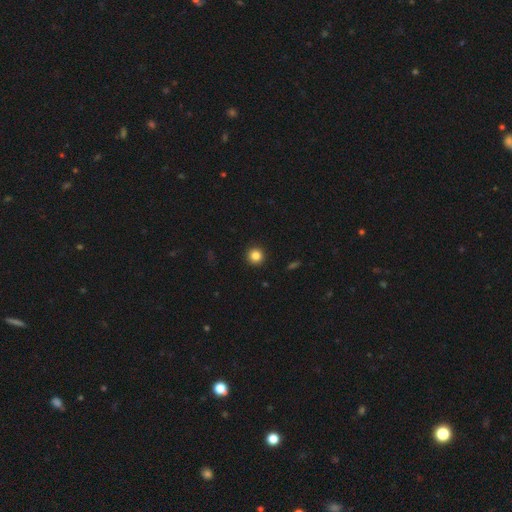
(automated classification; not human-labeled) This is clearly a smooth galaxy (84%). How rounded: clearly round (95%). Merging: clearly none (93%).